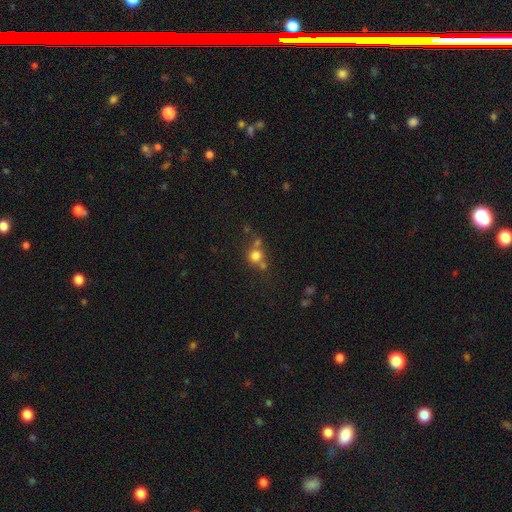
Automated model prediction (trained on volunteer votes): smooth-or-featured: smooth: 74% | star or artifact: 15% | featured or disk: 11%
  how-rounded: round: 86% | in between: 13% | cigar-shaped: 1%
  merging: none: 50% | merger: 33% | minor disturbance: 11% | major disturbance: 6%